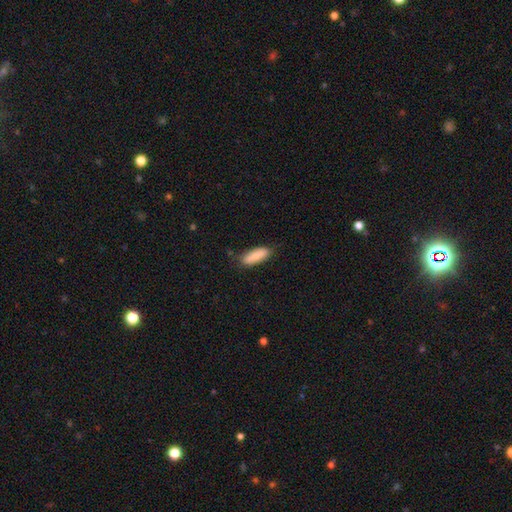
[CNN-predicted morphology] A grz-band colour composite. It shows a smooth galaxy with no disk features (87%) that is in between round and cigar-shaped (59%). Merging: none (82%).